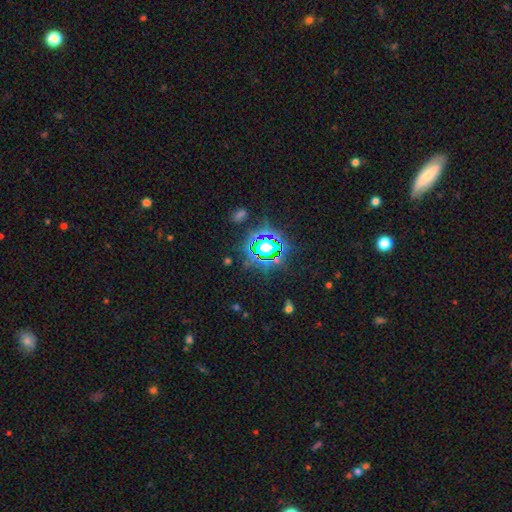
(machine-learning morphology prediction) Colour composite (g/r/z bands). It shows a star or artifact, not a galaxy (80%).